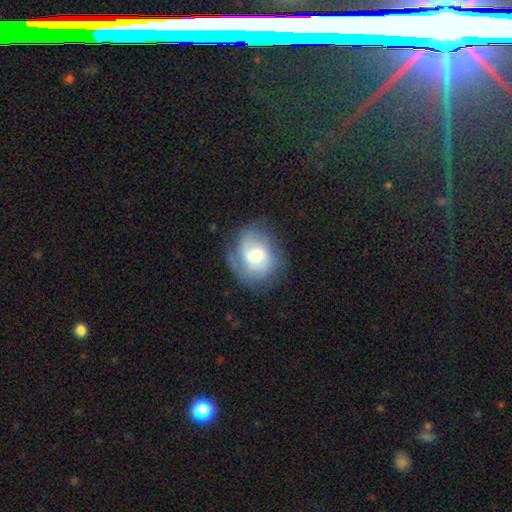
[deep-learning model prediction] featured or disk 55%, smooth 36%, star or artifact 8%. Down the decision tree: edge-on disk — no (97%); bar — no (55%); spiral arms — yes (84%); bulge size — moderate (61%); merging — none (66%).